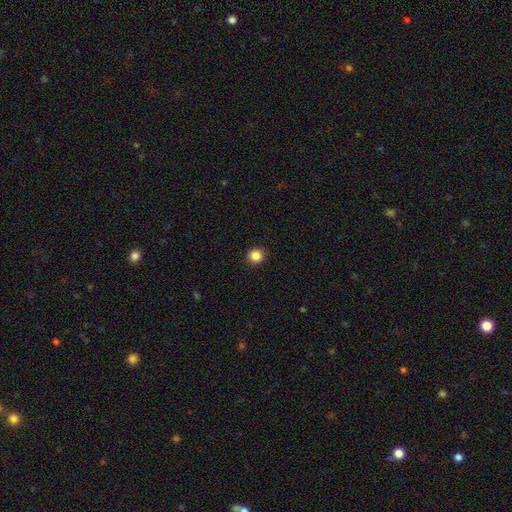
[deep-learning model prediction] smooth 86%, star or artifact 11%, featured or disk 3%. Down the decision tree: how rounded — round (93%); merging — none (93%).